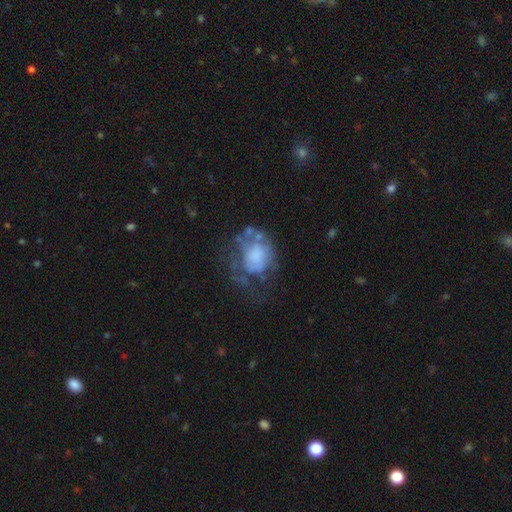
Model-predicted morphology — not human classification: Smooth or featured? featured or disk (50%)
Merging? major disturbance (39%)